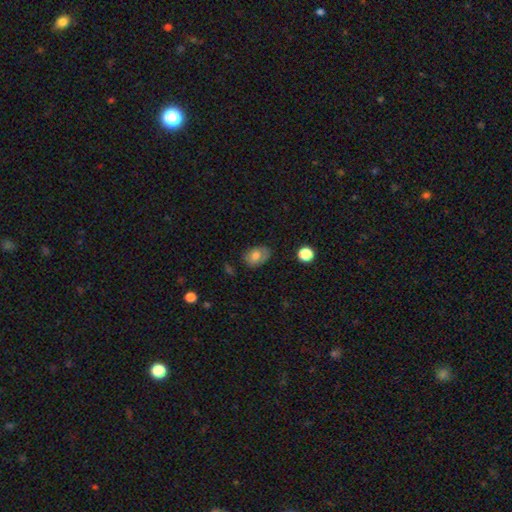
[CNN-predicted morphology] A smooth galaxy with no disk features (72%) that is in between round and cigar-shaped (77%). Merging: none (67%).